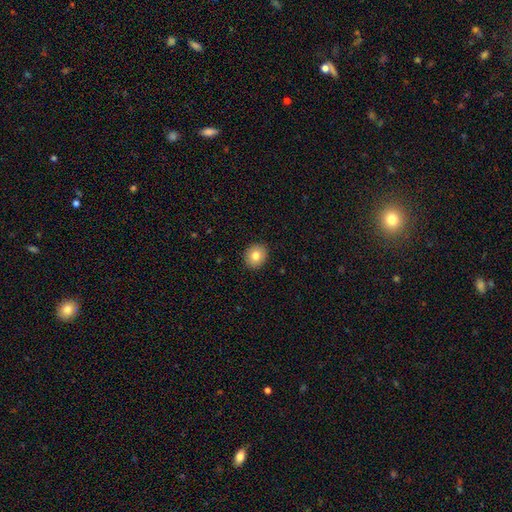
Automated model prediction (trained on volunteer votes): Smooth or featured? Predicted: smooth (p=0.81). How rounded? Predicted: round (p=0.78). Merging? Predicted: none (p=0.91).